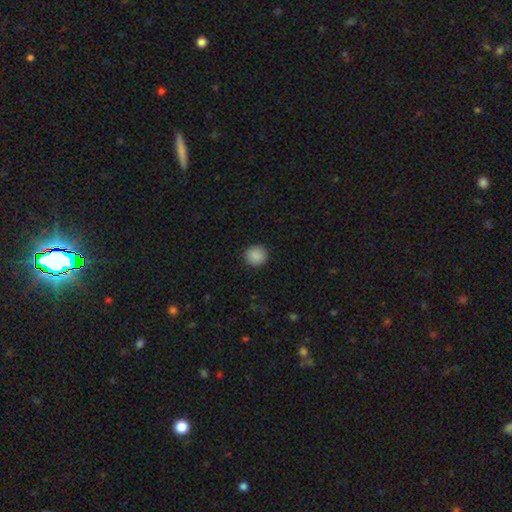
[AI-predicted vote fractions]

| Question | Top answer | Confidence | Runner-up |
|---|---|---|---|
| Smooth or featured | smooth | 89% | star or artifact (8%) |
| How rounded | round | 90% | in between (9%) |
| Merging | none | 91% | minor disturbance (6%) |